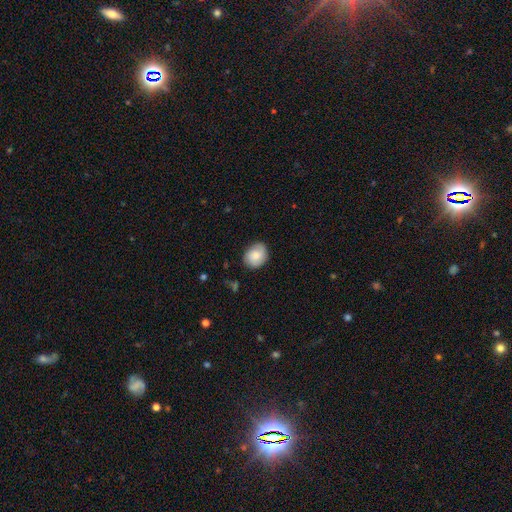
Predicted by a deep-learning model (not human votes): smooth_or_featured: smooth (p=0.73) [alt: featured or disk p=0.20]
how_rounded: round (p=0.52) [alt: in between p=0.47]
merging: none (p=0.78) [alt: minor disturbance p=0.17]